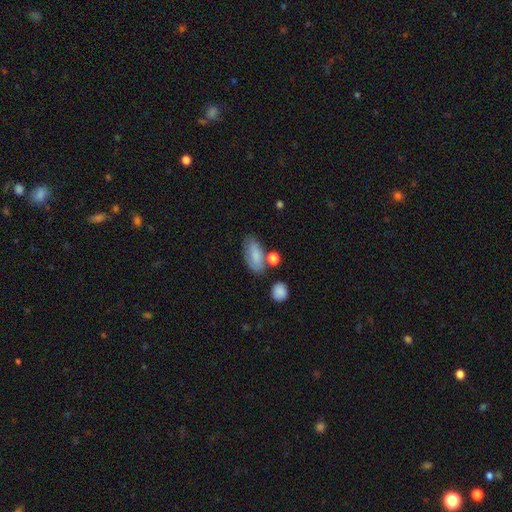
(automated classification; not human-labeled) Q: Smooth or featured?
A: smooth (78%); runner-up: featured or disk (14%)
Q: How rounded?
A: in between (86%); runner-up: cigar-shaped (9%)
Q: Merging?
A: none (60%); runner-up: minor disturbance (20%)